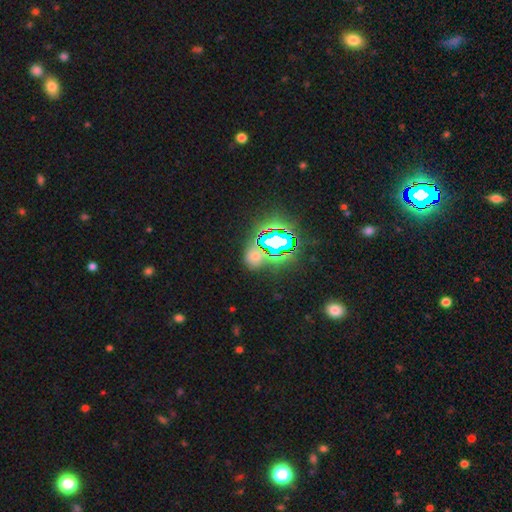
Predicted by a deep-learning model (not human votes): Overall: star or artifact (62%; smooth 28%).